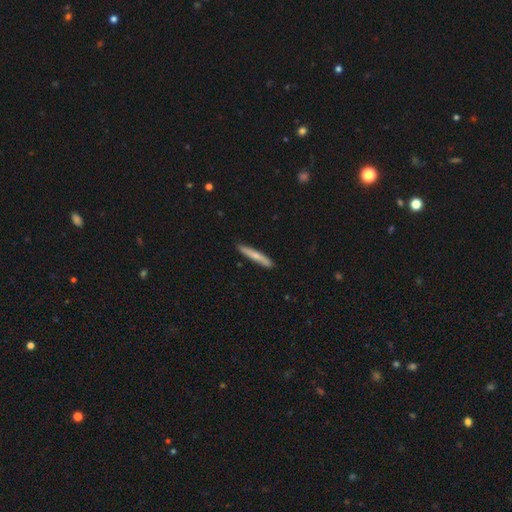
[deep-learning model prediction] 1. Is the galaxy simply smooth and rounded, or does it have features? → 64% smooth, 30% featured or disk, 5% star or artifact.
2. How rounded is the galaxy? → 94% cigar-shaped, 5% in between, 1% round.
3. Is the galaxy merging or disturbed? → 88% none, 9% minor disturbance, 1% major disturbance, 1% merger.